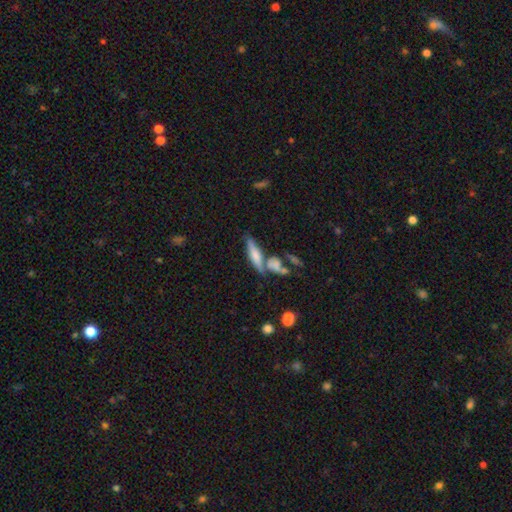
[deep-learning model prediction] Smooth or featured: smooth — 55% (featured or disk — 36%)
How rounded: cigar-shaped — 69% (in between — 27%)
Merging: none — 54% (merger — 27%)